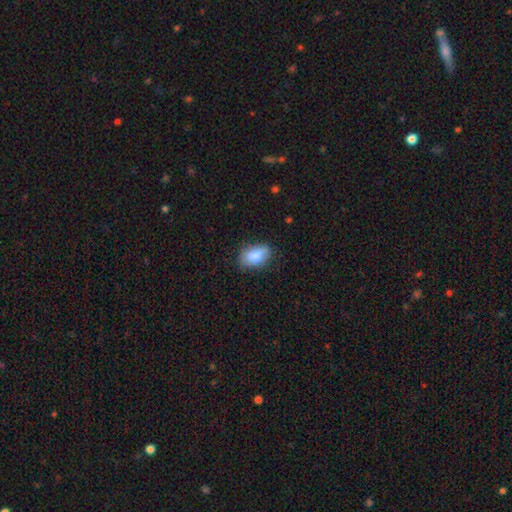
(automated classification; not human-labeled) smooth 81%, featured or disk 12%, star or artifact 7%. Down the decision tree: how rounded — in between (89%); merging — none (76%).